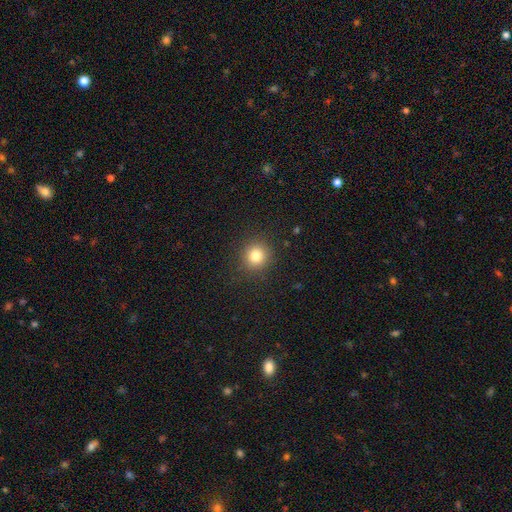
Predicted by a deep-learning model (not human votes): The model was most divided on "smooth or featured": smooth: 81%, star or artifact: 13%, featured or disk: 6%. More confident: how rounded — round (93%); merging — none (90%).